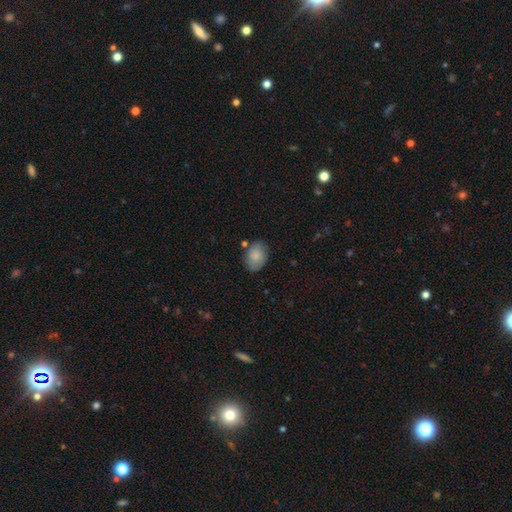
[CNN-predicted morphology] A smooth galaxy with no disk features (82%) that is in between round and cigar-shaped (78%). Merging: none (73%).